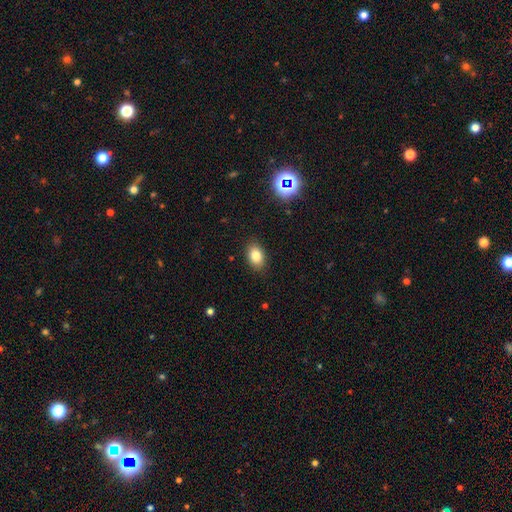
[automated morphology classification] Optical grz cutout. It shows a smooth galaxy with no disk features (82%) that is in between round and cigar-shaped (82%). Merging: none (88%).